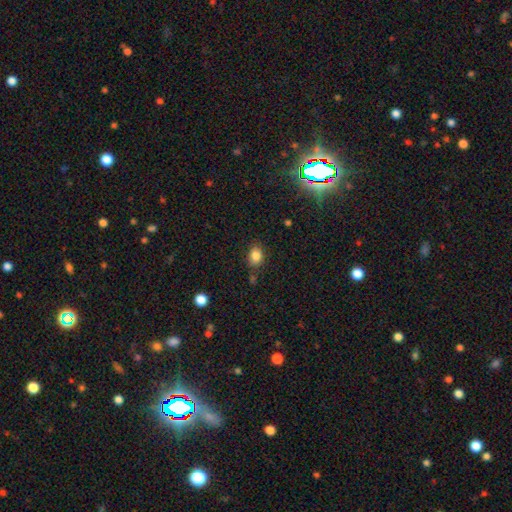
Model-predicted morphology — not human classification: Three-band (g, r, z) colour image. It shows a smooth galaxy with no disk features (84%) that is in between round and cigar-shaped (65%). Merging: none (78%).